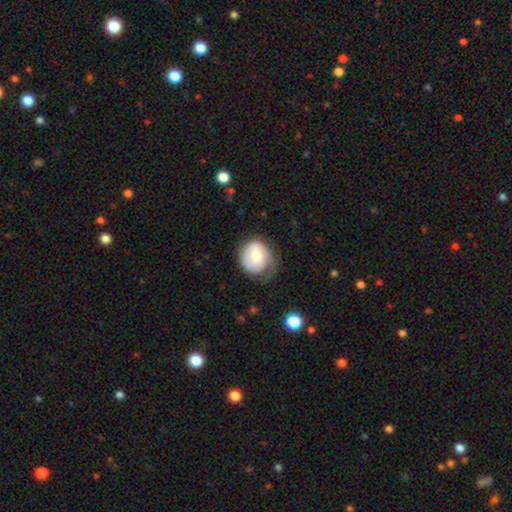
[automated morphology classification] Smooth or featured? smooth (56%)
How rounded? round (75%)
Merging? none (48%)